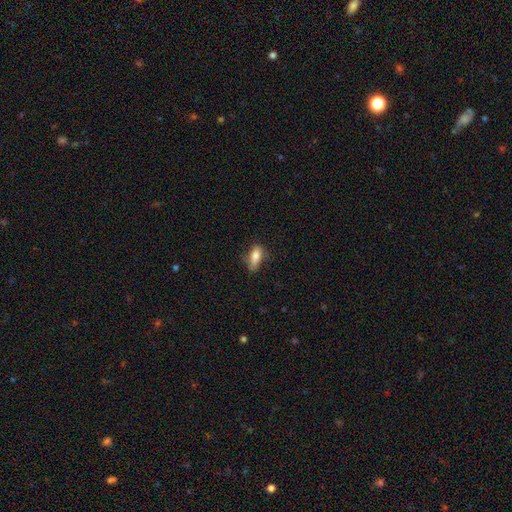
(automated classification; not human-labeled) smooth-or-featured: smooth: 78% | featured or disk: 14% | star or artifact: 8%
  how-rounded: in between: 79% | cigar-shaped: 16% | round: 4%
  merging: none: 53% | minor disturbance: 33% | major disturbance: 11% | merger: 2%